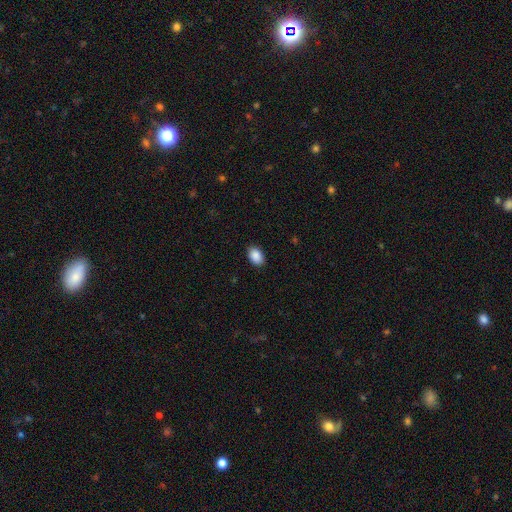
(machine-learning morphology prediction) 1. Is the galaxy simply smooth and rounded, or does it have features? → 90% smooth, 7% star or artifact, 3% featured or disk.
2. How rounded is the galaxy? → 85% in between, 14% round, 1% cigar-shaped.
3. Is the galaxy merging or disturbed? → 89% none, 8% minor disturbance, 2% major disturbance, 1% merger.